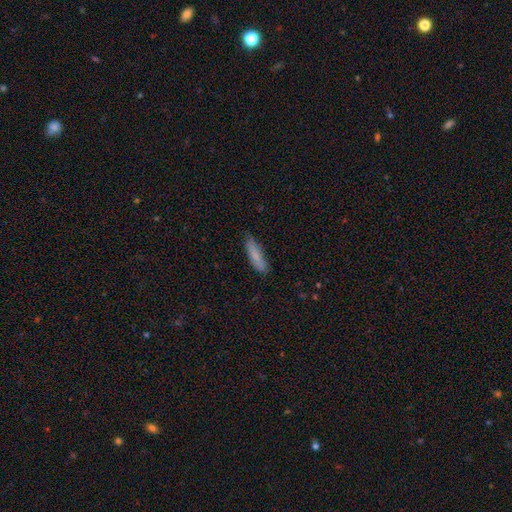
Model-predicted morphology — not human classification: Smooth or featured? Predicted: smooth (p=0.80). How rounded? Predicted: cigar-shaped (p=0.71). Merging? Predicted: none (p=0.78).